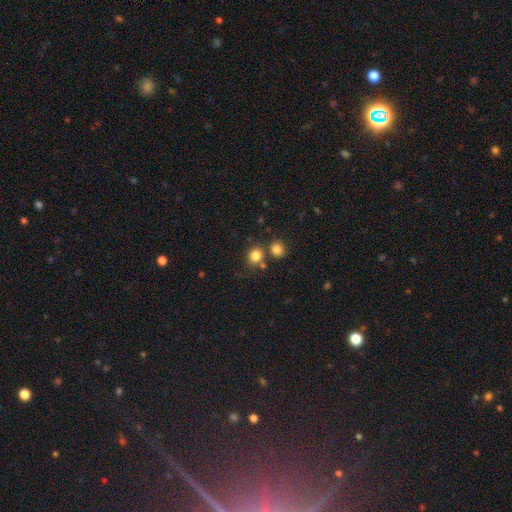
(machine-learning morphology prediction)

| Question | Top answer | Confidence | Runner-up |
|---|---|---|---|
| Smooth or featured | smooth | 82% | star or artifact (12%) |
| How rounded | round | 78% | in between (21%) |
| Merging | none | 67% | merger (20%) |